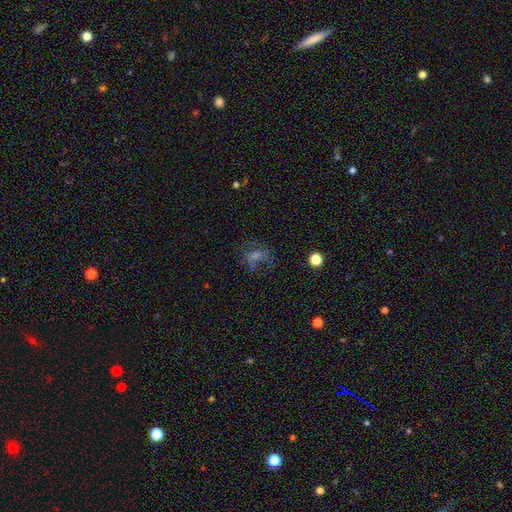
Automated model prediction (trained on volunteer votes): Smooth or featured? featured or disk (44%)
Merging? none (42%)